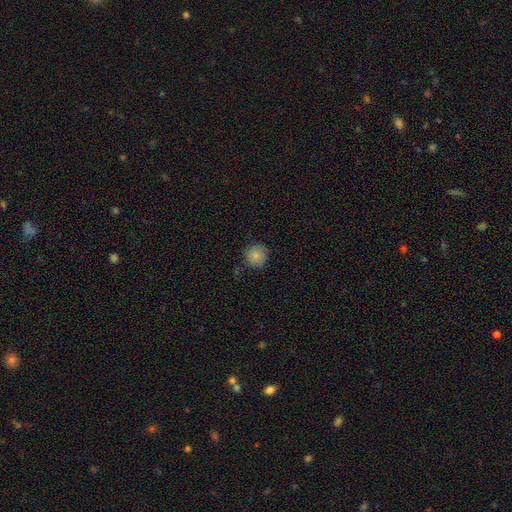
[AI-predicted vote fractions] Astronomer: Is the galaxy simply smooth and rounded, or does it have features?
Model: smooth — 84%.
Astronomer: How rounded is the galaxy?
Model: round — 92%.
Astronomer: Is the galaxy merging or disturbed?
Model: none — 81%.